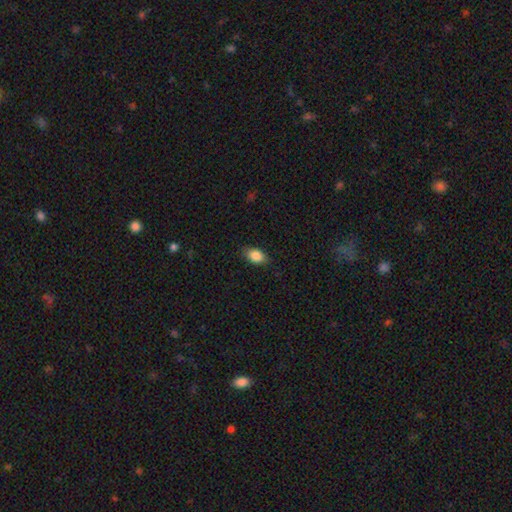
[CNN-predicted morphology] A smooth galaxy with no disk features (86%) that is in between round and cigar-shaped (87%).

Vote fractions:
- Smooth or featured? smooth: 86% / star or artifact: 8% / featured or disk: 6%
- How rounded? in between: 87% / round: 10% / cigar-shaped: 3%
- Merging? none: 83% / minor disturbance: 13% / major disturbance: 3% / merger: 1%